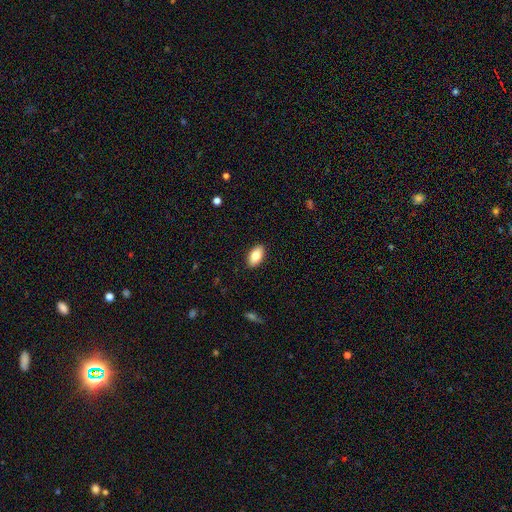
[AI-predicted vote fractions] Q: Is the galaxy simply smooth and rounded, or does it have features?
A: smooth — 82%.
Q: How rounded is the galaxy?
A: in between — 93%.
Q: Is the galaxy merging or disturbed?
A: none — 89%.